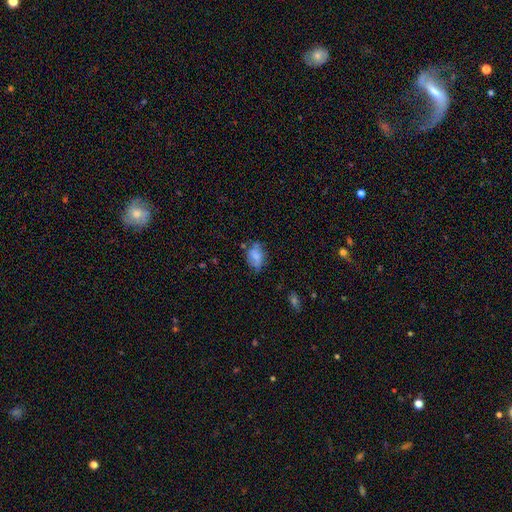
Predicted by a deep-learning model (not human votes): Overall: smooth (71%). How rounded: in between (81%). Merging: none (54%; minor disturbance 30%).